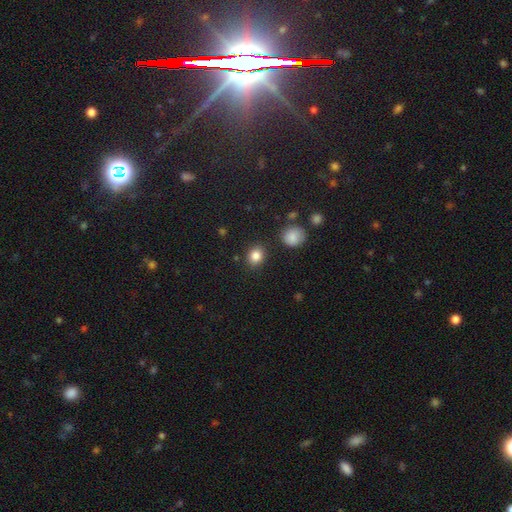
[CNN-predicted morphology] This is clearly a smooth galaxy (84%). How rounded: likely round (67%). Merging: clearly none (87%).